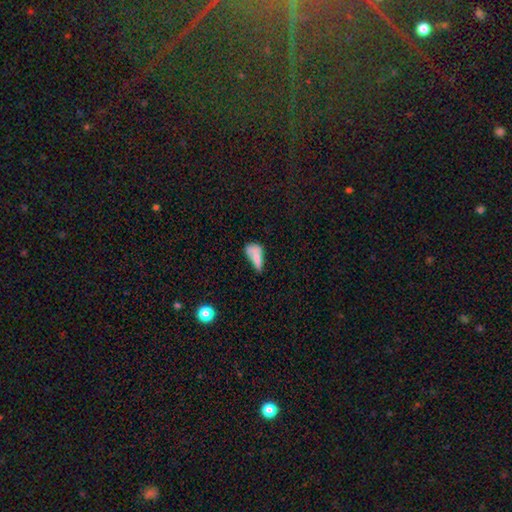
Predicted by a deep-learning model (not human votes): smooth 69%, featured or disk 19%, star or artifact 12%. Down the decision tree: how rounded — in between (78%); merging — major disturbance (27%, tied with minor disturbance).